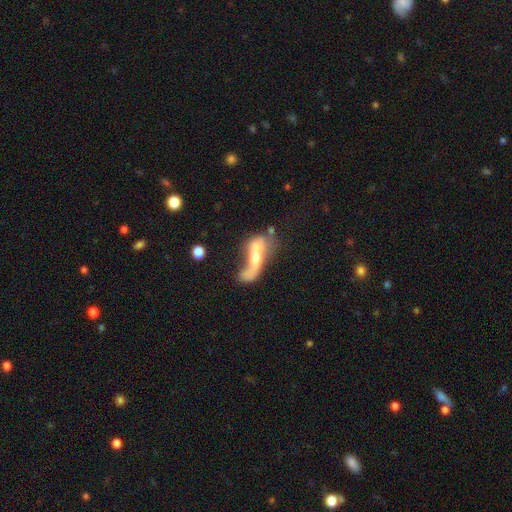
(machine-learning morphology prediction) Smooth or featured: featured or disk — 49% (smooth — 41%)
Merging: merger — 53% (major disturbance — 25%)